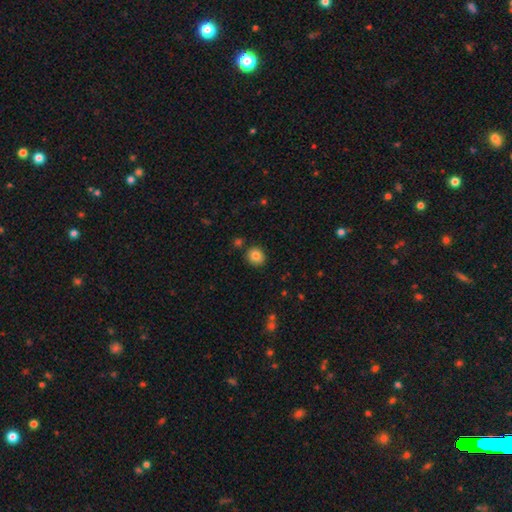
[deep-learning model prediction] smooth_or_featured: smooth (p=0.83) [alt: star or artifact p=0.10]
how_rounded: round (p=0.77) [alt: in between p=0.22]
merging: none (p=0.85) [alt: minor disturbance p=0.09]